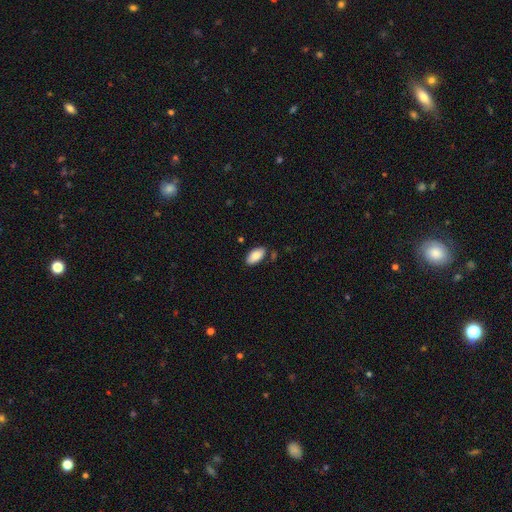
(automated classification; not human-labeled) Smooth or featured? Predicted: smooth (p=0.85). How rounded? Predicted: in between (p=0.94). Merging? Predicted: none (p=0.81).